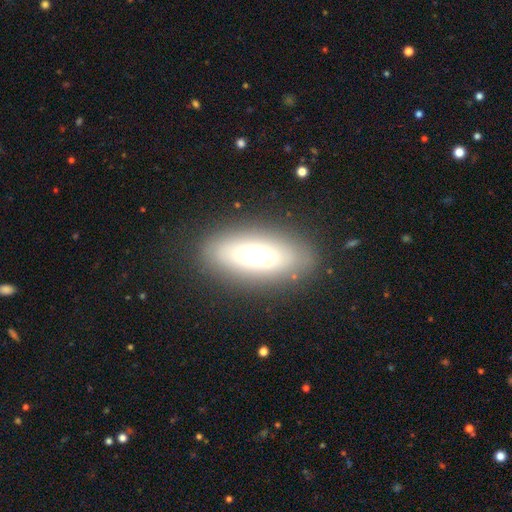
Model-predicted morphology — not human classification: The model was most divided on "smooth or featured": smooth: 51%, featured or disk: 38%, star or artifact: 11%. More confident: merging — none (79%); how rounded — in between (75%).